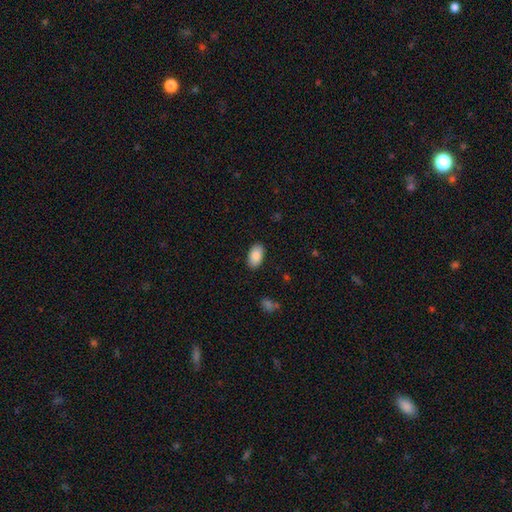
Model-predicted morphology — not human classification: Overall: smooth (86%). How rounded: in between (95%). Merging: none (88%).